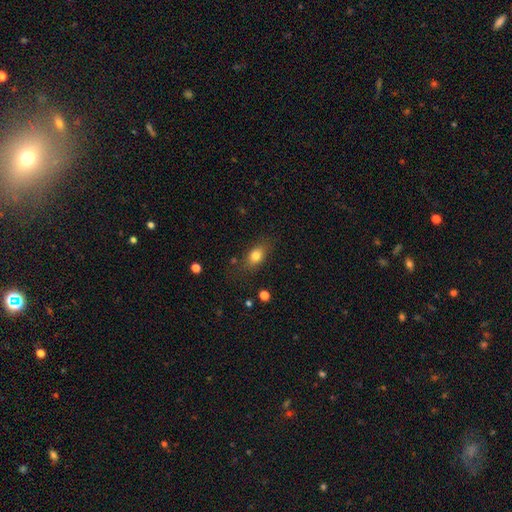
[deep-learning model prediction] A smooth galaxy with no disk features (79%) that is in between round and cigar-shaped (73%).

Vote fractions:
- Smooth or featured? smooth: 79% / featured or disk: 11% / star or artifact: 10%
- How rounded? in between: 73% / round: 21% / cigar-shaped: 6%
- Merging? none: 76% / minor disturbance: 16% / major disturbance: 6% / merger: 2%